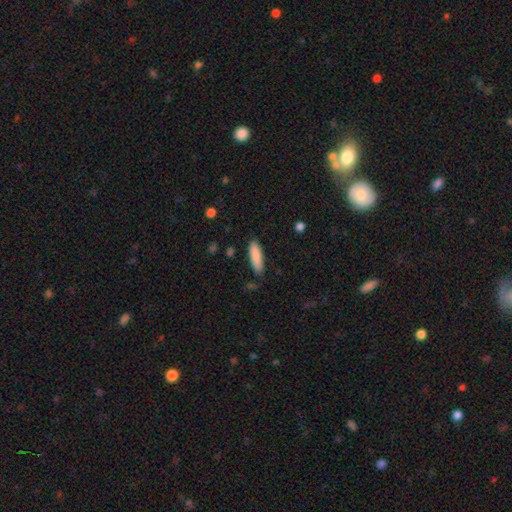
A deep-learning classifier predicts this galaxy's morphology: A smooth galaxy with no disk features (87%) that is cigar-shaped (57%).

Vote fractions:
- Smooth or featured? smooth: 87% / featured or disk: 7% / star or artifact: 6%
- How rounded? cigar-shaped: 57% / in between: 41% / round: 1%
- Merging? none: 86% / minor disturbance: 10% / major disturbance: 2% / merger: 2%